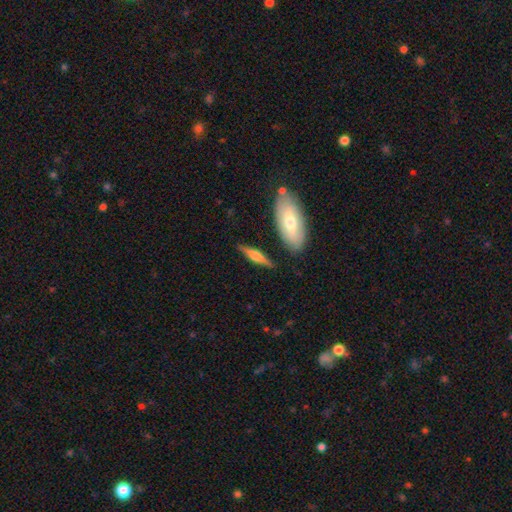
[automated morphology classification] Smooth or featured?
  - featured or disk: 54% *
  - smooth: 40%
  - star or artifact: 6%
Edge-on disk?
  - yes: 94% *
  - no: 6%
Edge-on bulge?
  - rounded: 80% *
  - boxy: 14%
  - none: 5%
Merging?
  - none: 80% *
  - minor disturbance: 13%
  - merger: 4%
  - major disturbance: 3%